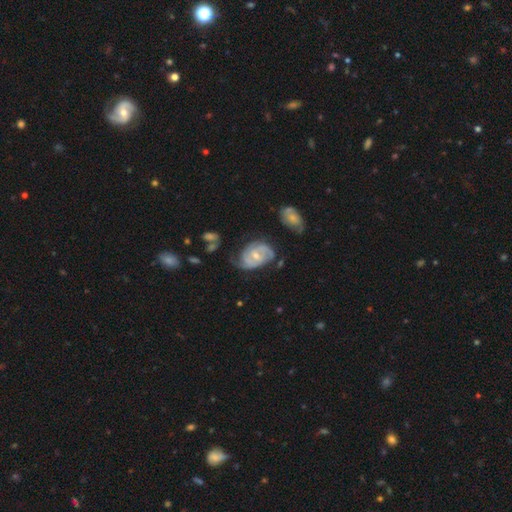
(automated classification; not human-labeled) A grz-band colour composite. It shows a featured or disk galaxy (82%) with no bar (50%), 2 (51%) tight (53%) spiral arms (93%) and a small central bulge (49%). Merging: none (52%).